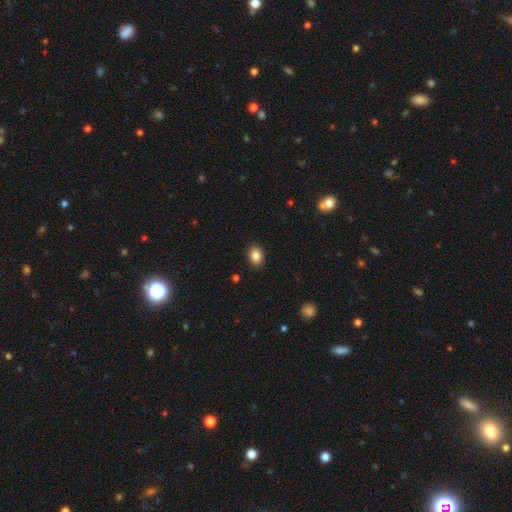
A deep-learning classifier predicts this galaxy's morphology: Smooth or featured?
  - smooth: 87% *
  - star or artifact: 9%
  - featured or disk: 5%
How rounded?
  - in between: 70% *
  - round: 29%
  - cigar-shaped: 1%
Merging?
  - none: 90% *
  - minor disturbance: 7%
  - major disturbance: 2%
  - merger: 1%